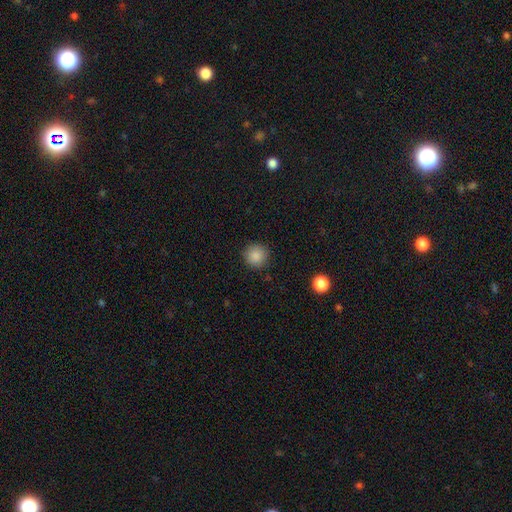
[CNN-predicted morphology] Smooth or featured: smooth — 86% (star or artifact — 10%)
How rounded: round — 94% (in between — 5%)
Merging: none — 89% (minor disturbance — 7%)